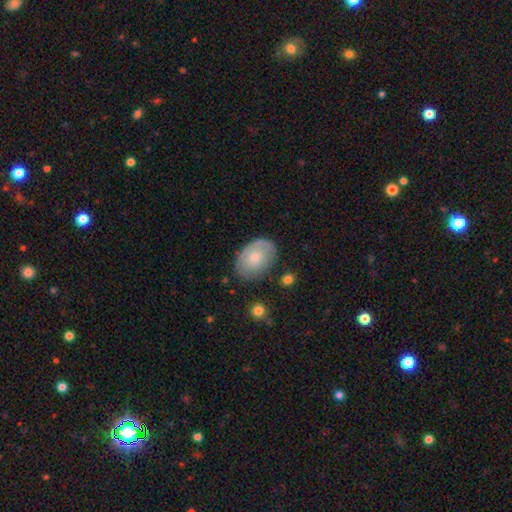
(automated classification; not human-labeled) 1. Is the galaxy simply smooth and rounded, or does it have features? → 60% smooth, 26% star or artifact, 14% featured or disk.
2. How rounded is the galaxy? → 73% in between, 26% round, 2% cigar-shaped.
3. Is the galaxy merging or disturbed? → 74% none, 19% minor disturbance, 5% major disturbance, 2% merger.